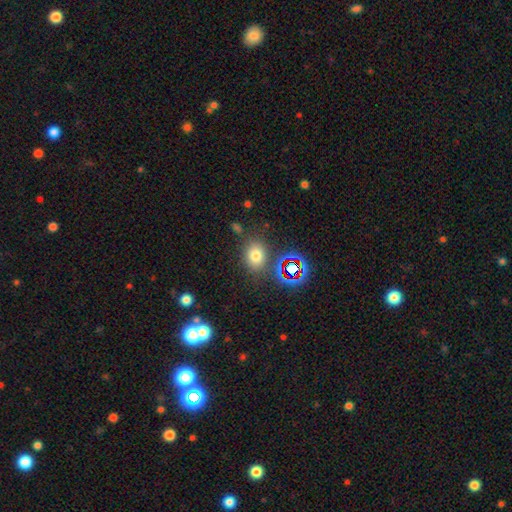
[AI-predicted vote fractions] A smooth galaxy with no disk features (69%) that is in between round and cigar-shaped (50%). Merging: none (78%).